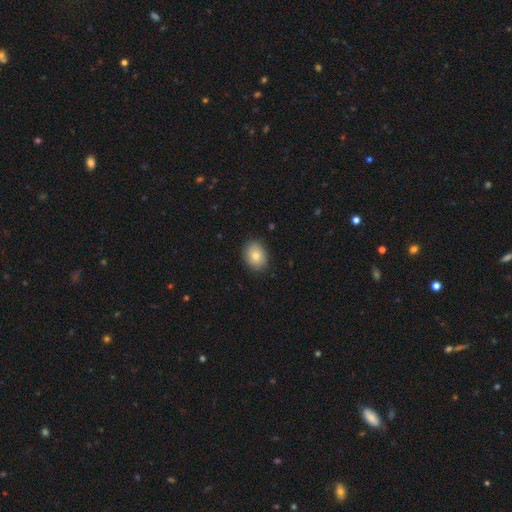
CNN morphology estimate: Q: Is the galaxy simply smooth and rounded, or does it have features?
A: smooth — 81%.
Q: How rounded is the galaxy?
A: in between — 61%.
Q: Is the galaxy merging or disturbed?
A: none — 87%.